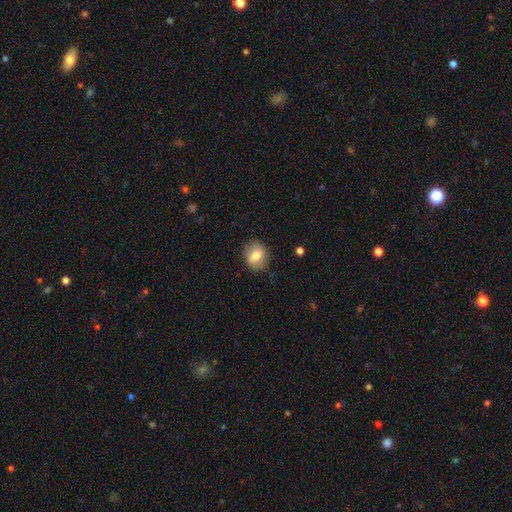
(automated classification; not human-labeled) smooth-or-featured: smooth: 73% | featured or disk: 19% | star or artifact: 9%
  how-rounded: round: 63% | in between: 36% | cigar-shaped: 1%
  merging: none: 85% | minor disturbance: 11% | major disturbance: 3% | merger: 1%